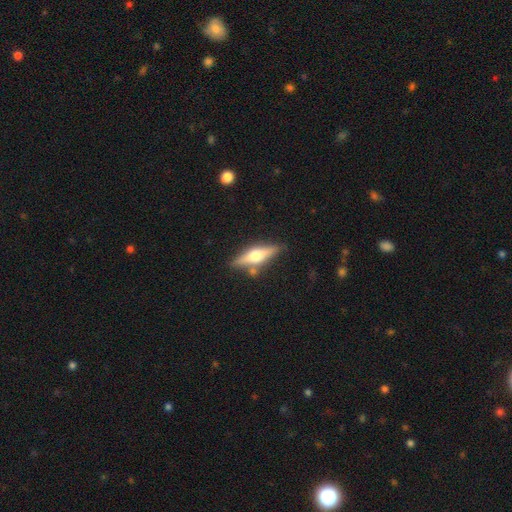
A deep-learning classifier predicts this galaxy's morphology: featured or disk 62%, smooth 32%, star or artifact 6%. Down the decision tree: edge-on disk — yes (94%); edge-on bulge — rounded (93%); merging — none (81%).